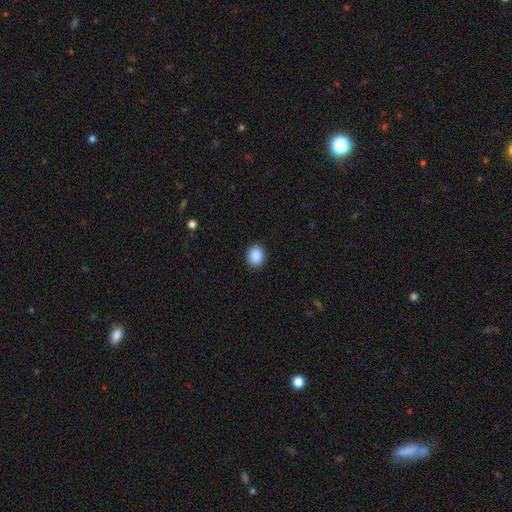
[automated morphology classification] Smooth or featured: smooth — 88% (star or artifact — 9%)
How rounded: round — 62% (in between — 37%)
Merging: none — 91% (minor disturbance — 7%)